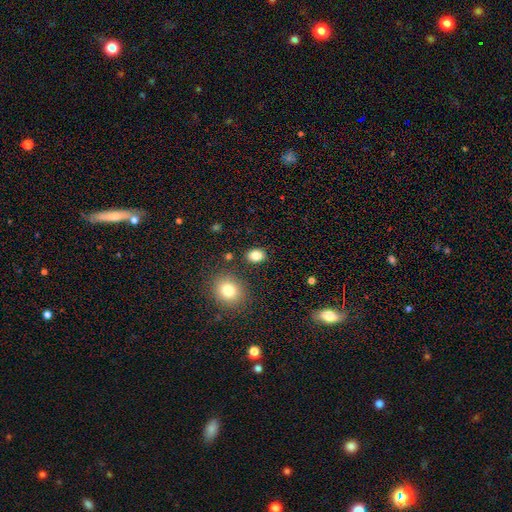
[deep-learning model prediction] A smooth galaxy with no disk features (83%) that is in between round and cigar-shaped (64%).

Vote fractions:
- Smooth or featured? smooth: 83% / star or artifact: 10% / featured or disk: 7%
- How rounded? in between: 64% / round: 35% / cigar-shaped: 1%
- Merging? none: 85% / minor disturbance: 9% / merger: 4% / major disturbance: 3%